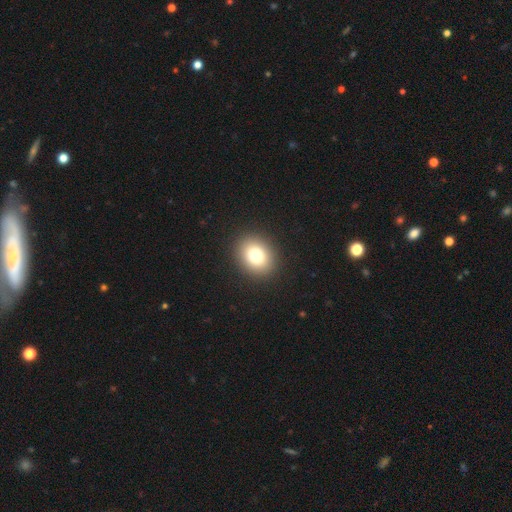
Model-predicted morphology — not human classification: Smooth or featured? smooth (79%)
How rounded? round (53%)
Merging? none (91%)